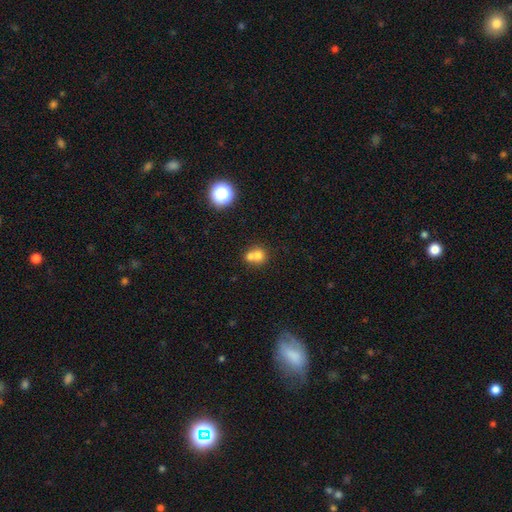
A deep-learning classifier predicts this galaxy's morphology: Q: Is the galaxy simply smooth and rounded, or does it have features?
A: smooth — 71%.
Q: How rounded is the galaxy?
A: round — 77%.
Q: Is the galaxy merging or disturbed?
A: merger — 60%.